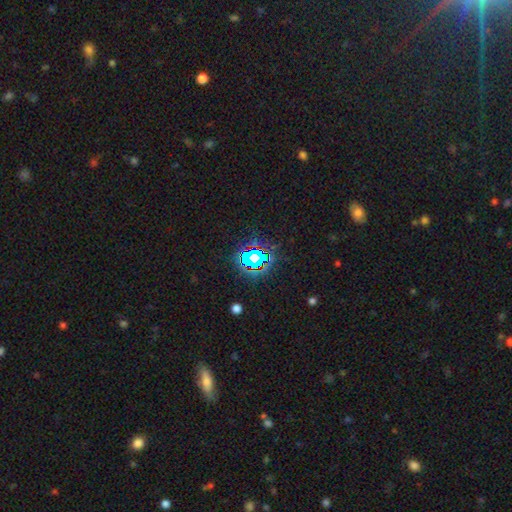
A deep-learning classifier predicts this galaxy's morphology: Smooth or featured?
  - star or artifact: 76% *
  - smooth: 15%
  - featured or disk: 9%